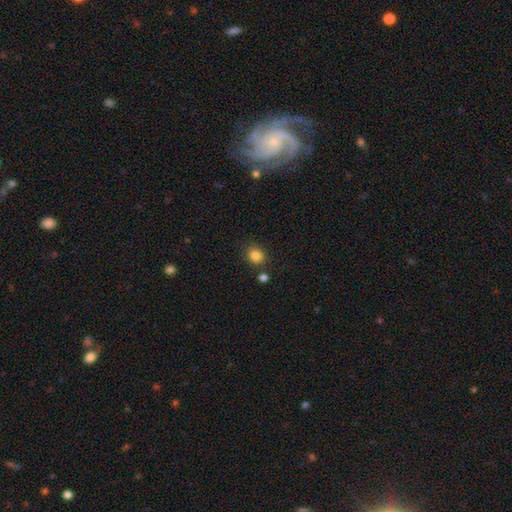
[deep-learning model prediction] Smooth or featured?
  - smooth: 84% *
  - star or artifact: 11%
  - featured or disk: 5%
How rounded?
  - round: 73% *
  - in between: 26%
  - cigar-shaped: 1%
Merging?
  - none: 79% *
  - minor disturbance: 10%
  - merger: 8%
  - major disturbance: 3%